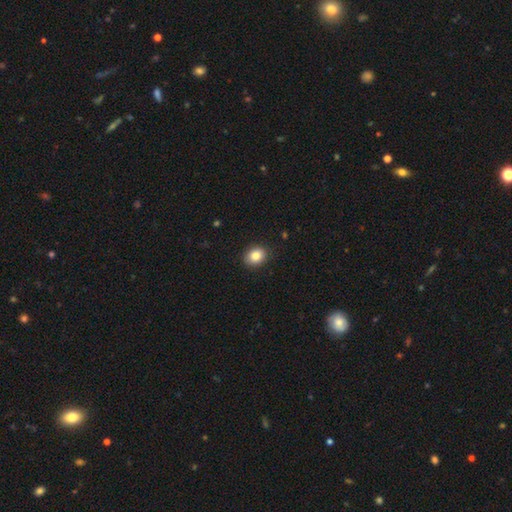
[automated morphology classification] Overall: smooth (85%). How rounded: round (51%; in between 48%). Merging: none (89%).